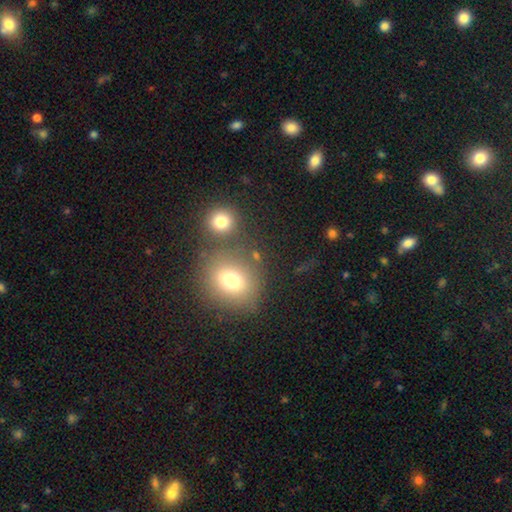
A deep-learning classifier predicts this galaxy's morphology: Q: Smooth or featured?
A: smooth (72%); runner-up: star or artifact (17%)
Q: How rounded?
A: round (69%); runner-up: in between (29%)
Q: Merging?
A: none (67%); runner-up: merger (16%)